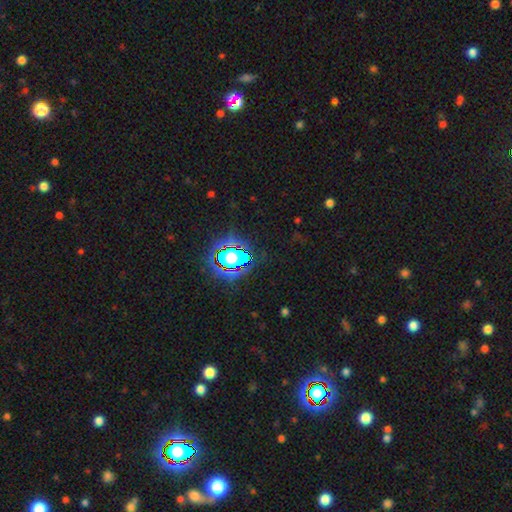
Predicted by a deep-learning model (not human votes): star or artifact 81%, smooth 12%, featured or disk 8%.